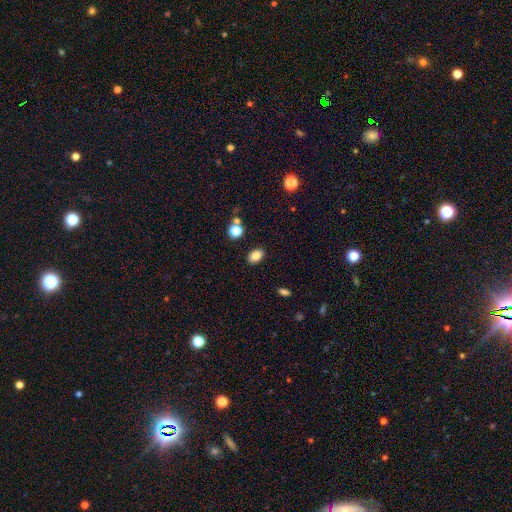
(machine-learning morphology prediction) smooth_or_featured: smooth (p=0.83) [alt: star or artifact p=0.10]
how_rounded: in between (p=0.83) [alt: round p=0.16]
merging: none (p=0.86) [alt: minor disturbance p=0.09]